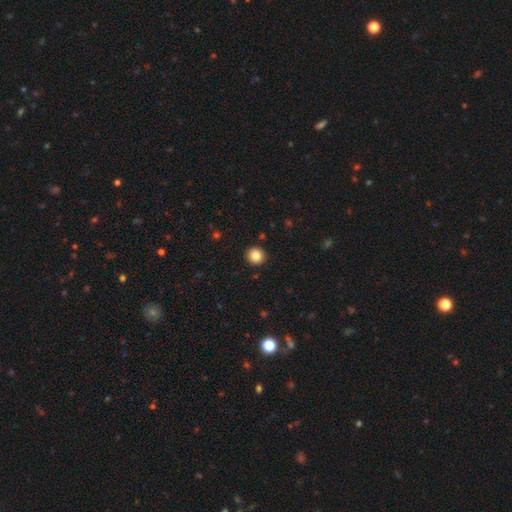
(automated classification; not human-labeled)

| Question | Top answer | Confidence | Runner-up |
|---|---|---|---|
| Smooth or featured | smooth | 85% | star or artifact (10%) |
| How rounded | round | 91% | in between (8%) |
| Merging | none | 92% | minor disturbance (5%) |